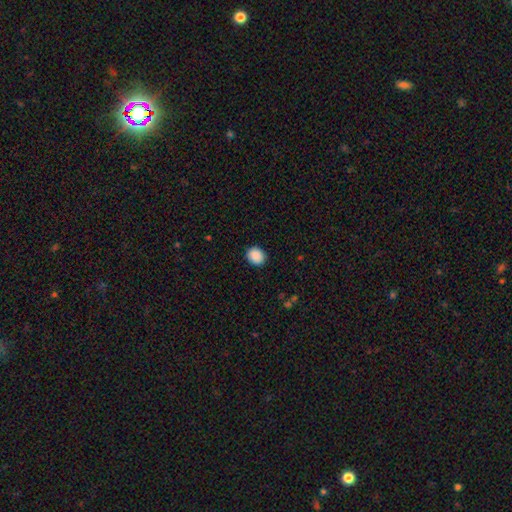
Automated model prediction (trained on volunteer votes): A smooth galaxy with no disk features (90%) that is round (69%). Merging: none (90%).